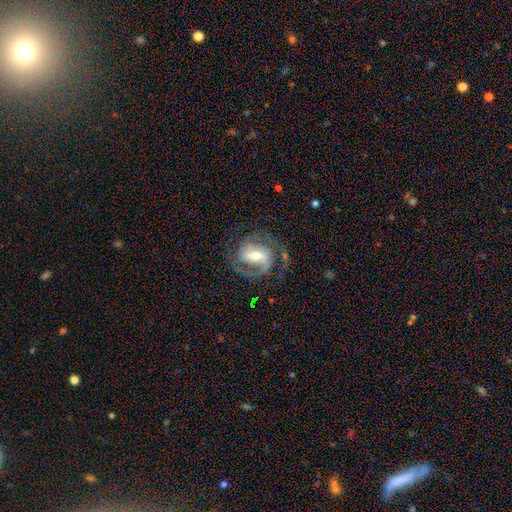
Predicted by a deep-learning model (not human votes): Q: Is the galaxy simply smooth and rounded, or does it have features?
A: featured or disk — 88%.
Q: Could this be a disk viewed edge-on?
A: no — 97%.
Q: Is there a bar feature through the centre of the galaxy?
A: weak — 43%.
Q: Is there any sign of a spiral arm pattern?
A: yes — 97%.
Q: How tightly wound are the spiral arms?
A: medium — 48%.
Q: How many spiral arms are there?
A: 2 — 74%.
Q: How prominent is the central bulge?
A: moderate — 61%.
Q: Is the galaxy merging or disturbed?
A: none — 73%.